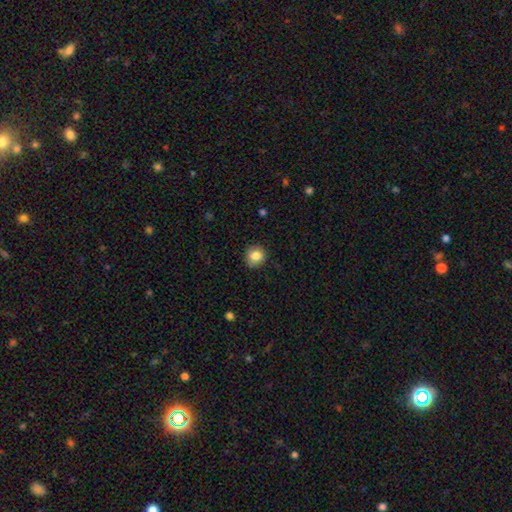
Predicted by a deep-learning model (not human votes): Q: Smooth or featured?
A: smooth (83%); runner-up: star or artifact (9%)
Q: How rounded?
A: round (84%); runner-up: in between (15%)
Q: Merging?
A: none (83%); runner-up: minor disturbance (13%)